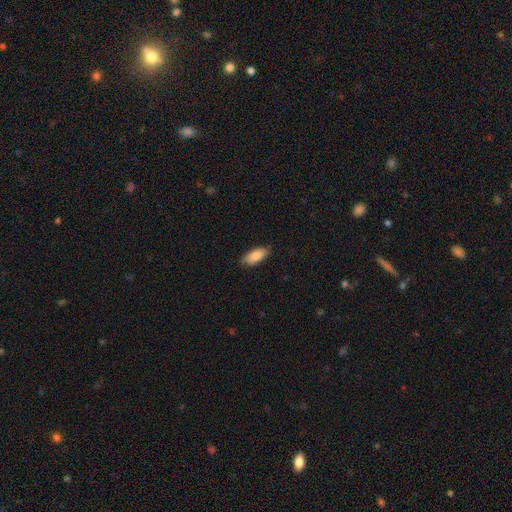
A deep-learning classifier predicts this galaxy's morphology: Smooth or featured?
  - smooth: 85% *
  - featured or disk: 9%
  - star or artifact: 6%
How rounded?
  - in between: 84% *
  - cigar-shaped: 14%
  - round: 2%
Merging?
  - none: 84% *
  - minor disturbance: 13%
  - major disturbance: 2%
  - merger: 1%